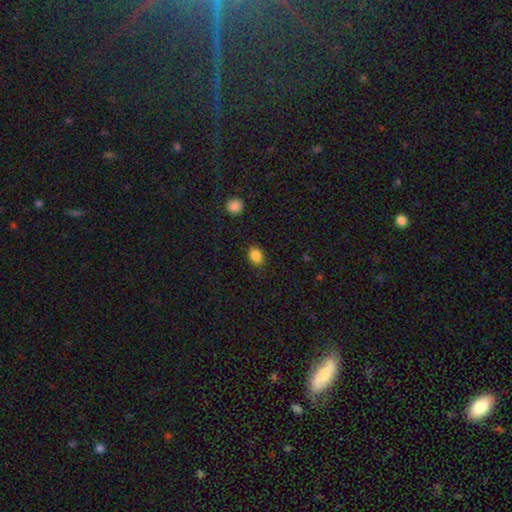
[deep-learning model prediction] Smooth or featured? Predicted: smooth (p=0.86). How rounded? Predicted: in between (p=0.61). Merging? Predicted: none (p=0.86).